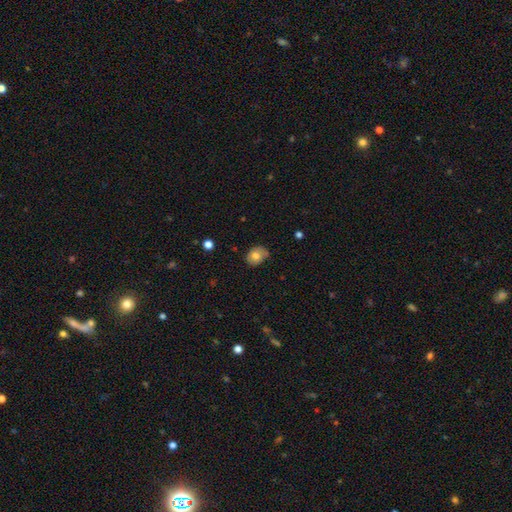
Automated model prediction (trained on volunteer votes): Morphology: type=smooth (70%); roundness=in between (56%); merging=none (62%).